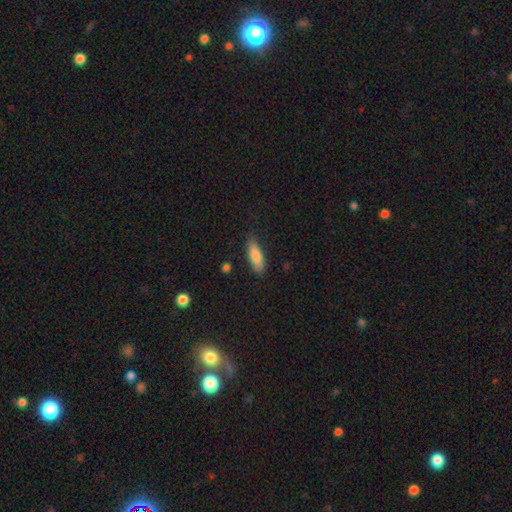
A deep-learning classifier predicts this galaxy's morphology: Overall: smooth (81%). How rounded: in between (54%; cigar-shaped 44%). Merging: none (79%).